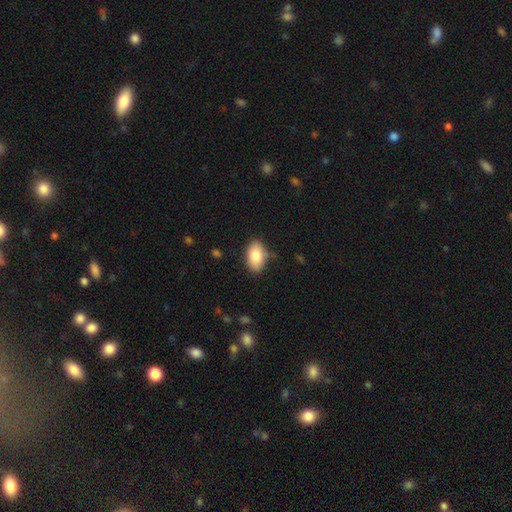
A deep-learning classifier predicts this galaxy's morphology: smooth 83%, featured or disk 10%, star or artifact 7%. Down the decision tree: how rounded — in between (92%); merging — none (80%).